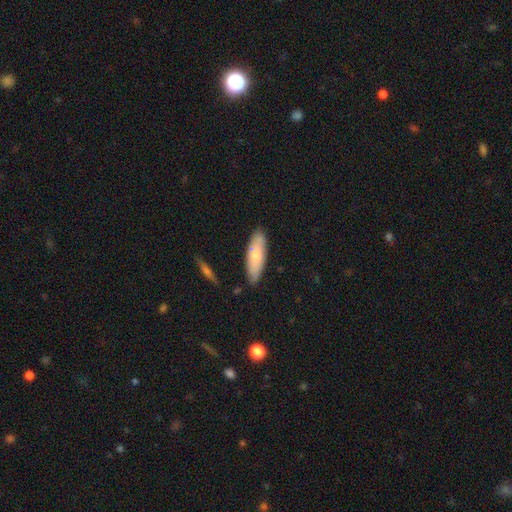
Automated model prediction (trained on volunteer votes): A smooth galaxy with no disk features (70%) that is in between round and cigar-shaped (56%).

Vote fractions:
- Smooth or featured? smooth: 70% / featured or disk: 24% / star or artifact: 6%
- How rounded? in between: 56% / cigar-shaped: 42% / round: 2%
- Merging? none: 82% / minor disturbance: 13% / merger: 2% / major disturbance: 2%